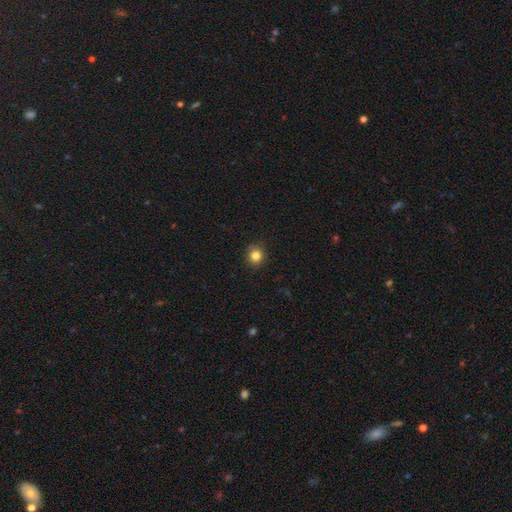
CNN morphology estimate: This is clearly a smooth galaxy (83%). How rounded: clearly round (91%). Merging: clearly none (90%).